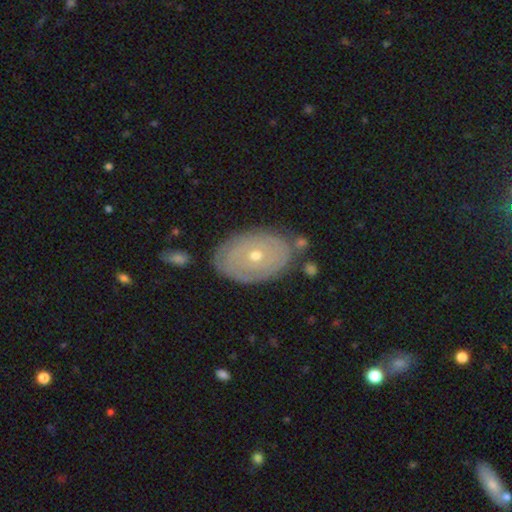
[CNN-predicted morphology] A featured or disk galaxy (63%) with no bar (89%), spiral arms (52%) and a small central bulge (56%).

Vote fractions:
- Smooth or featured? featured or disk: 63% / smooth: 31% / star or artifact: 7%
- Edge-on disk? no: 93% / yes: 7%
- Bar? no: 89% / weak: 9% / strong: 2%
- Spiral arms? yes: 52% / no: 48%
- Bulge size? small: 56% / moderate: 41% / large: 1% / none: 1% / dominant: 1%
- Merging? none: 77% / minor disturbance: 15% / major disturbance: 4% / merger: 3%